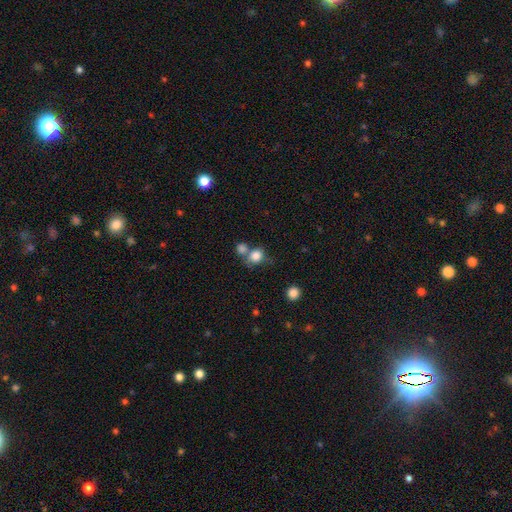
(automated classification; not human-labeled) smooth-or-featured: smooth: 82% | star or artifact: 10% | featured or disk: 8%
  how-rounded: round: 75% | in between: 24% | cigar-shaped: 1%
  merging: none: 45% | merger: 37% | minor disturbance: 12% | major disturbance: 6%